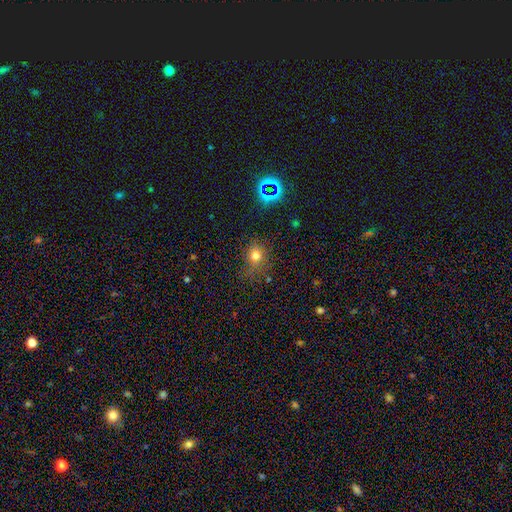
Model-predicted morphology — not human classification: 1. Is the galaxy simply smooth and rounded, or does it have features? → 71% smooth, 21% star or artifact, 8% featured or disk.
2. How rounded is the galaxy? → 74% round, 25% in between, 1% cigar-shaped.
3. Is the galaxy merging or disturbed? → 71% none, 19% minor disturbance, 7% major disturbance, 3% merger.